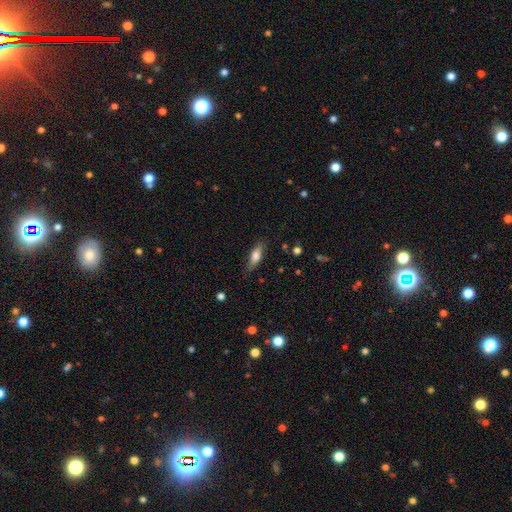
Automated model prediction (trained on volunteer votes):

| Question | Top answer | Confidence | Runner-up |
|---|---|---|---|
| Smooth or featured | smooth | 71% | featured or disk (22%) |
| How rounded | in between | 63% | cigar-shaped (35%) |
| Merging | none | 78% | minor disturbance (17%) |